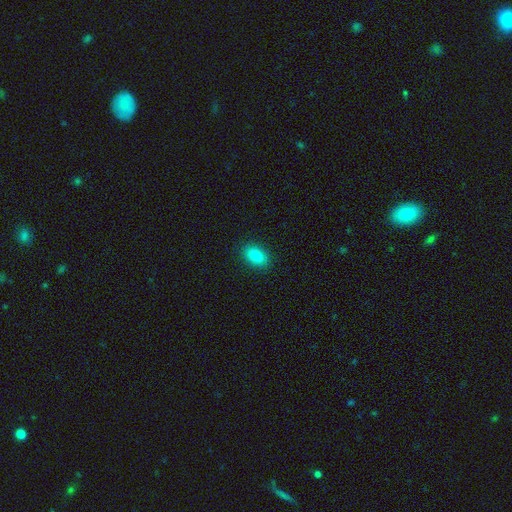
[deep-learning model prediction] Smooth or featured?
  - smooth: 87% *
  - star or artifact: 8%
  - featured or disk: 5%
How rounded?
  - in between: 90% *
  - round: 7%
  - cigar-shaped: 3%
Merging?
  - none: 89% *
  - minor disturbance: 8%
  - major disturbance: 2%
  - merger: 1%